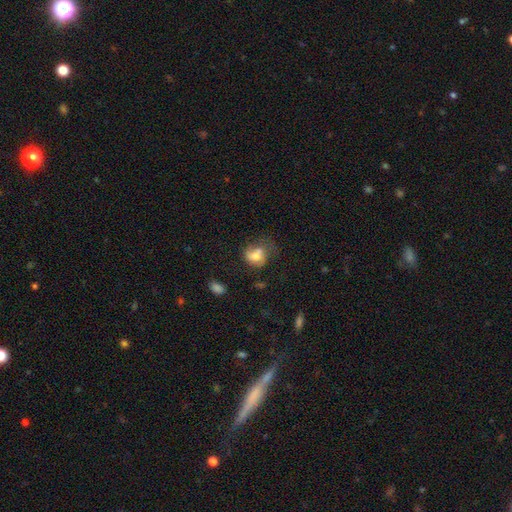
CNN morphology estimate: Smooth or featured? smooth (59%)
How rounded? round (54%)
Merging? none (37%)